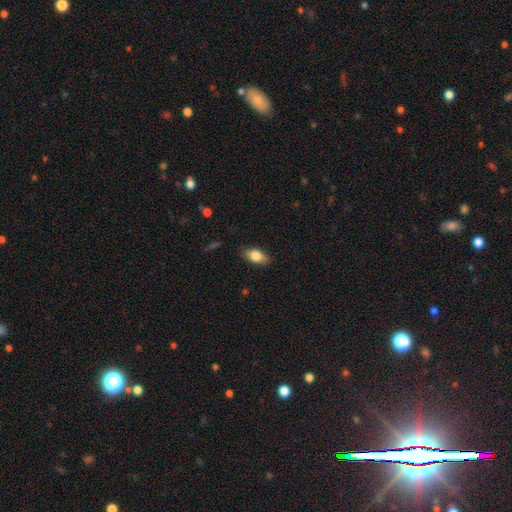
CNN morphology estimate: Smooth or featured? Predicted: smooth (p=0.81). How rounded? Predicted: in between (p=0.87). Merging? Predicted: none (p=0.84).